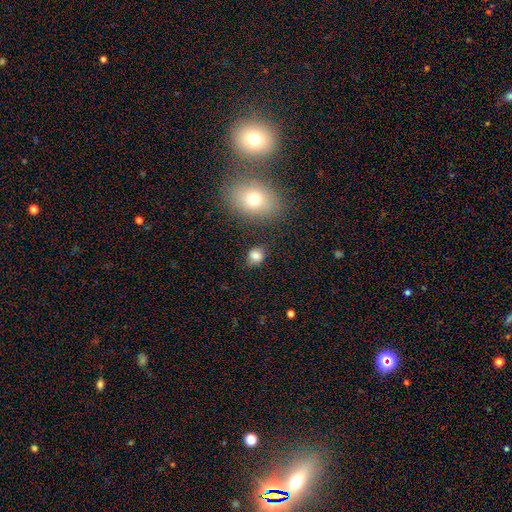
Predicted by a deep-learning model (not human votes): Q: Smooth or featured?
A: smooth (80%); runner-up: star or artifact (12%)
Q: How rounded?
A: round (58%); runner-up: in between (41%)
Q: Merging?
A: none (73%); runner-up: minor disturbance (17%)